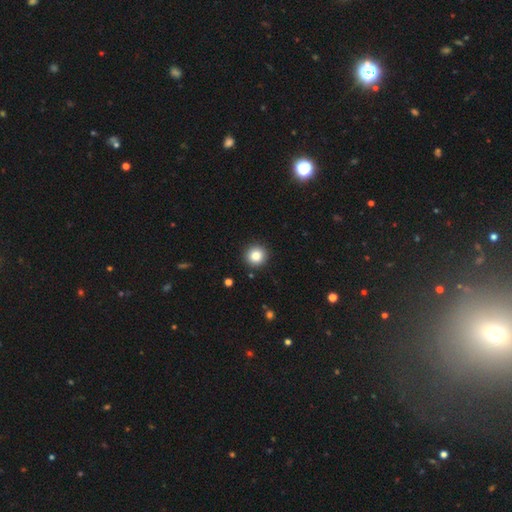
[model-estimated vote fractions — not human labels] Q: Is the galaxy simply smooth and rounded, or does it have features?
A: smooth — 85%.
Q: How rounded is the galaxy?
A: round — 94%.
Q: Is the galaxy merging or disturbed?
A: none — 92%.